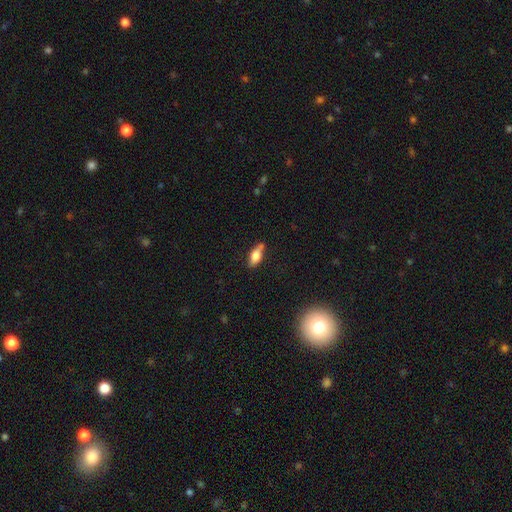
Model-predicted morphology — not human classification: Q: Smooth or featured?
A: smooth (64%); runner-up: featured or disk (28%)
Q: How rounded?
A: in between (73%); runner-up: cigar-shaped (23%)
Q: Merging?
A: none (68%); runner-up: minor disturbance (21%)